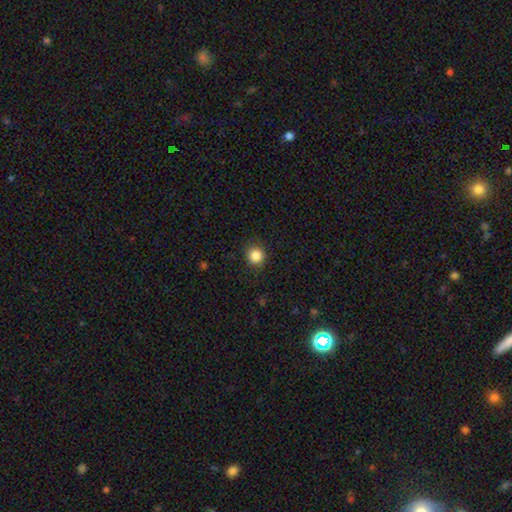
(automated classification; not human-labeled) This is clearly a smooth galaxy (86%). How rounded: clearly round (90%). Merging: clearly none (88%).